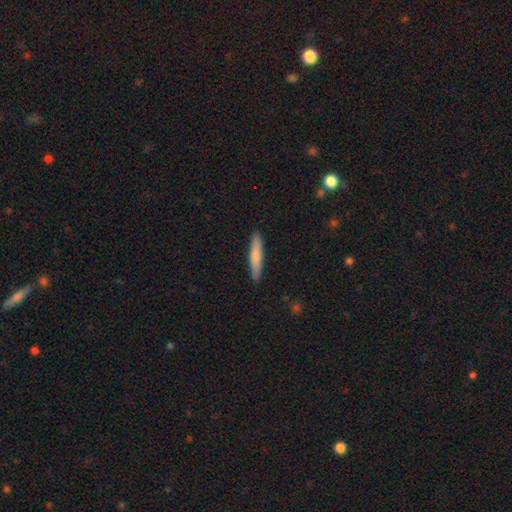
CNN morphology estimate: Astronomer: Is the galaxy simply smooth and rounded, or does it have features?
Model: smooth — 74%.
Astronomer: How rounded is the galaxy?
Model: cigar-shaped — 92%.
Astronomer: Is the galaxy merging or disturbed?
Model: none — 90%.